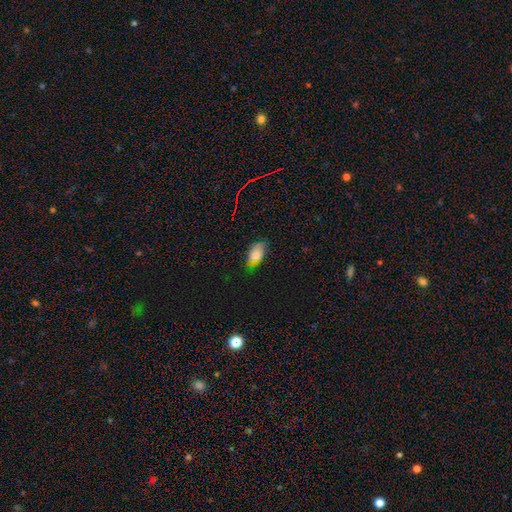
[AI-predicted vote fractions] A smooth galaxy with no disk features (65%) that is in between round and cigar-shaped (91%). Merging: none (69%).